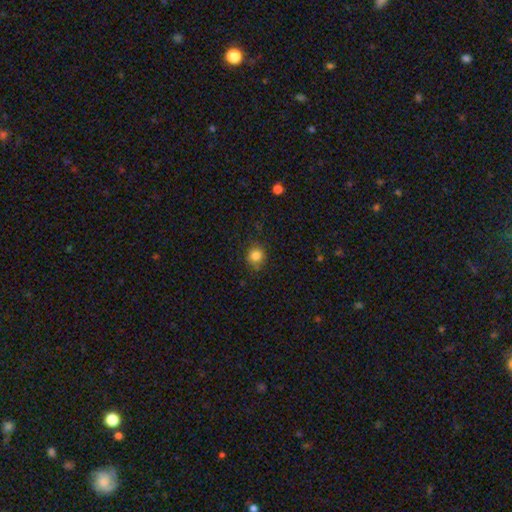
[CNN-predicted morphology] A smooth galaxy with no disk features (83%) that is round (84%).

Vote fractions:
- Smooth or featured? smooth: 83% / star or artifact: 11% / featured or disk: 5%
- How rounded? round: 84% / in between: 15% / cigar-shaped: 1%
- Merging? none: 81% / minor disturbance: 14% / major disturbance: 3% / merger: 1%